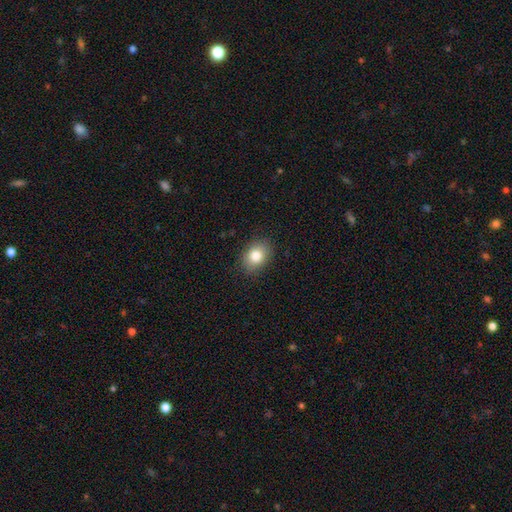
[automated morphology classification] Smooth or featured? Predicted: smooth (p=0.82). How rounded? Predicted: in between (p=0.65). Merging? Predicted: none (p=0.87).